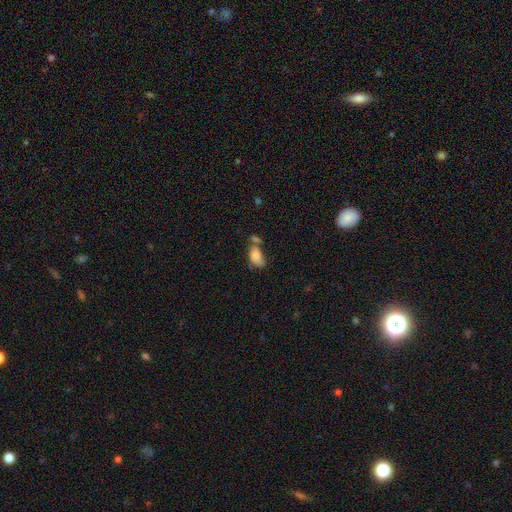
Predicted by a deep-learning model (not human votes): smooth 82%, featured or disk 9%, star or artifact 9%. Down the decision tree: how rounded — in between (91%); merging — merger (42%).